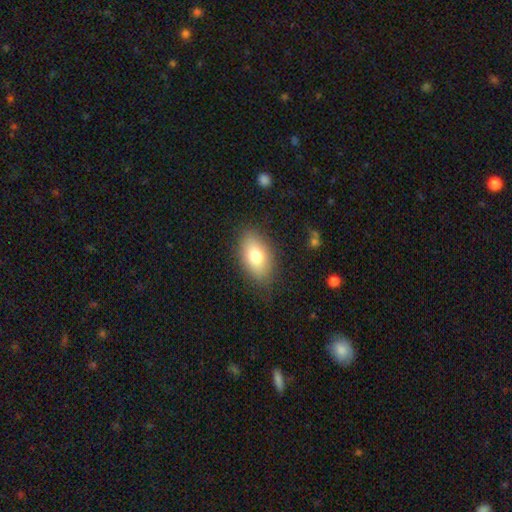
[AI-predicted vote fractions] smooth_or_featured: smooth (p=0.76) [alt: featured or disk p=0.16]
how_rounded: in between (p=0.90) [alt: round p=0.06]
merging: none (p=0.82) [alt: minor disturbance p=0.13]